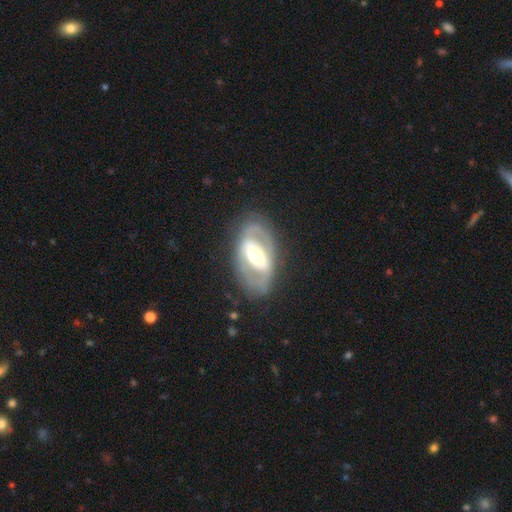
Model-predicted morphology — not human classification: A featured or disk galaxy (74%) with a strong bar (53%), no spiral arms (53%) and a moderate central bulge (63%). Merging: none (77%).